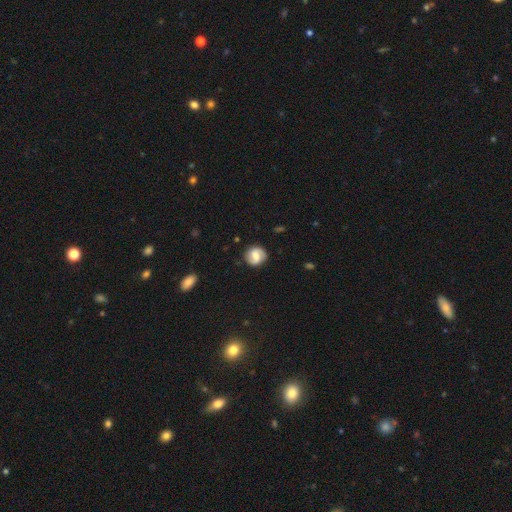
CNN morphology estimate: Smooth or featured: featured or disk — 50% (smooth — 43%)
Merging: none — 82% (minor disturbance — 13%)